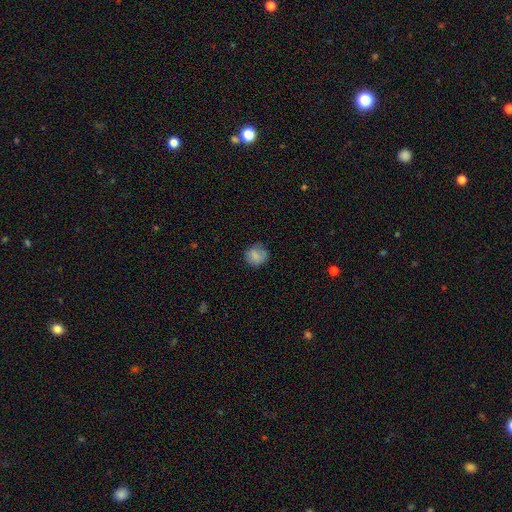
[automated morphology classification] Q: Smooth or featured?
A: smooth (82%); runner-up: featured or disk (10%)
Q: How rounded?
A: round (85%); runner-up: in between (14%)
Q: Merging?
A: none (74%); runner-up: minor disturbance (19%)